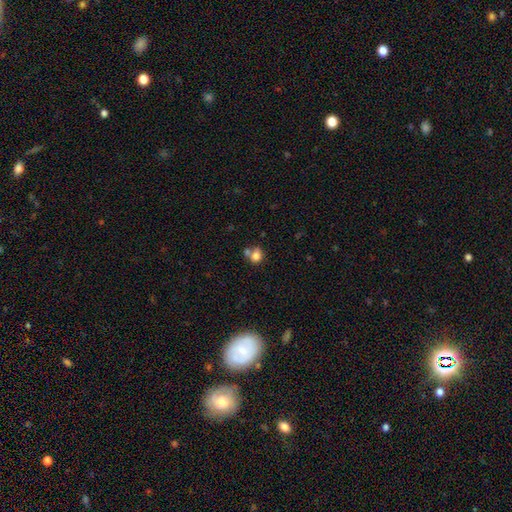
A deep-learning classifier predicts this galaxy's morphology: This appears to be a smooth galaxy with no disk features (78%) that is round (64%). Merging: none (42%).